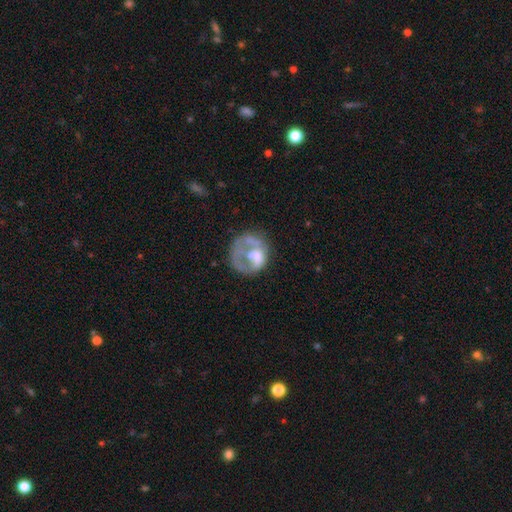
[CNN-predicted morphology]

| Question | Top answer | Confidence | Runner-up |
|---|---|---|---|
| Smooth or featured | featured or disk | 53% | smooth (37%) |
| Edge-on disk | no | 98% | yes (2%) |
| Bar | no | 86% | weak (12%) |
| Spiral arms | no | 82% | yes (18%) |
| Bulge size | none | 36% | moderate (34%) |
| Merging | none | 38% | major disturbance (35%) |